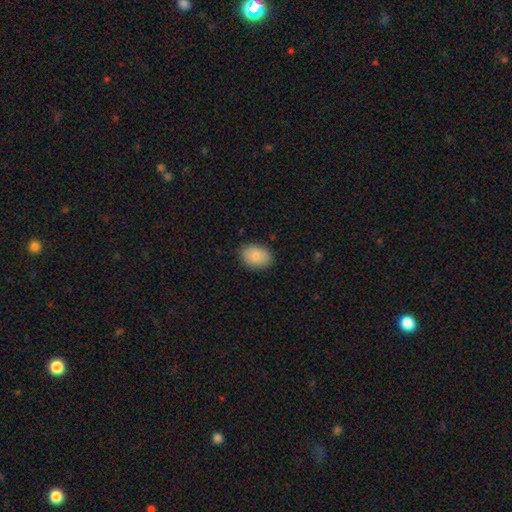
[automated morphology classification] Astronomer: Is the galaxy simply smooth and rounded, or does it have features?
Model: smooth — 85%.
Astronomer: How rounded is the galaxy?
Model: in between — 77%.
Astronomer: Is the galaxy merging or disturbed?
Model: none — 85%.